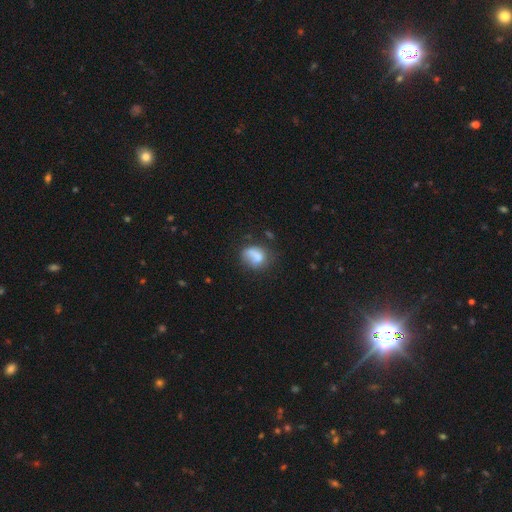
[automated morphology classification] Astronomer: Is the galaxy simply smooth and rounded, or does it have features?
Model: smooth — 67%.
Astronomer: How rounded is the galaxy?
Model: in between — 56% (runner-up: round, 42%).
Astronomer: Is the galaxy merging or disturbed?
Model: none — 39% (runner-up: minor disturbance, 27%).